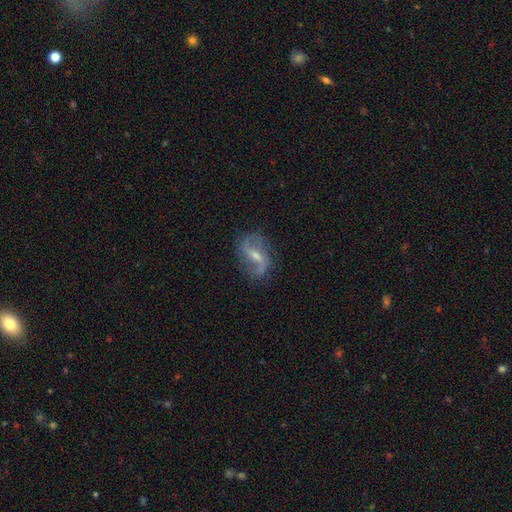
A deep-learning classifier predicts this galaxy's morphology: smooth-or-featured: featured or disk: 81% | smooth: 11% | star or artifact: 8%
  disk-edge-on: no: 95% | yes: 5%
    bar: weak: 48% | strong: 34% | no: 18%
    has-spiral-arms: yes: 91% | no: 9%
      spiral-winding: loose: 65% | medium: 27% | tight: 9%
      spiral-arm-count: 2: 89% | can't tell: 5% | 1: 3% | 3: 1% | 4: 1% | more than 4: 1%
    bulge-size: small: 48% | moderate: 42% | none: 6% | large: 3% | dominant: 1%
  merging: none: 76% | minor disturbance: 16% | major disturbance: 7% | merger: 2%